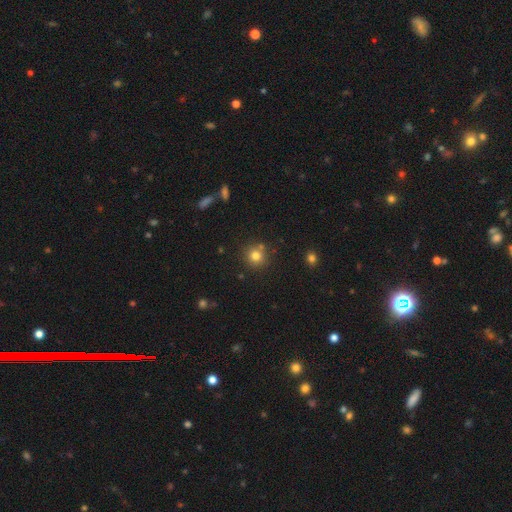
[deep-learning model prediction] Smooth or featured?
  - smooth: 78% *
  - star or artifact: 14%
  - featured or disk: 8%
How rounded?
  - round: 92% *
  - in between: 7%
  - cigar-shaped: 1%
Merging?
  - none: 78% *
  - merger: 10%
  - minor disturbance: 9%
  - major disturbance: 3%